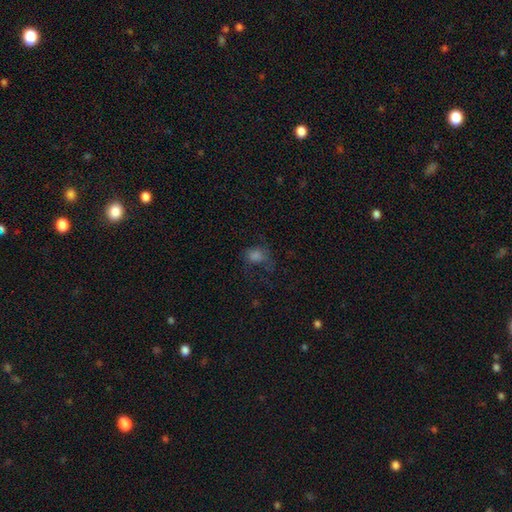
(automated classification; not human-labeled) smooth-or-featured: smooth: 62% | star or artifact: 20% | featured or disk: 18%
  how-rounded: in between: 50% | round: 49% | cigar-shaped: 1%
  merging: none: 41% | major disturbance: 36% | minor disturbance: 21% | merger: 2%